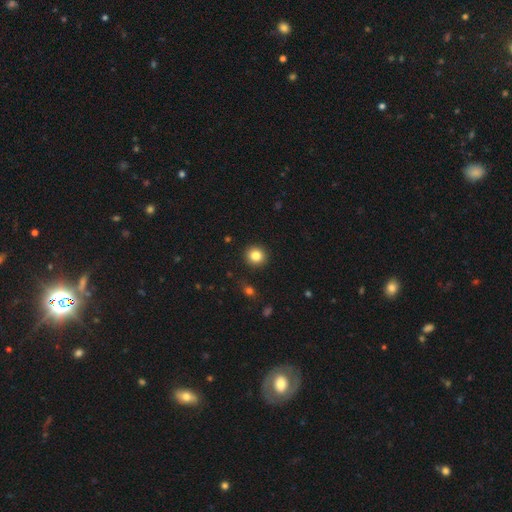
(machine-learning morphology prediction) Q: Smooth or featured?
A: smooth (84%); runner-up: star or artifact (10%)
Q: How rounded?
A: round (91%); runner-up: in between (8%)
Q: Merging?
A: none (91%); runner-up: minor disturbance (6%)